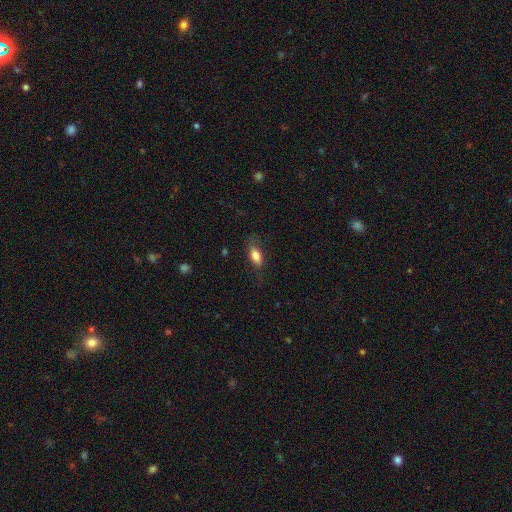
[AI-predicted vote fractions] Overall: smooth (78%). How rounded: in between (83%). Merging: none (69%).